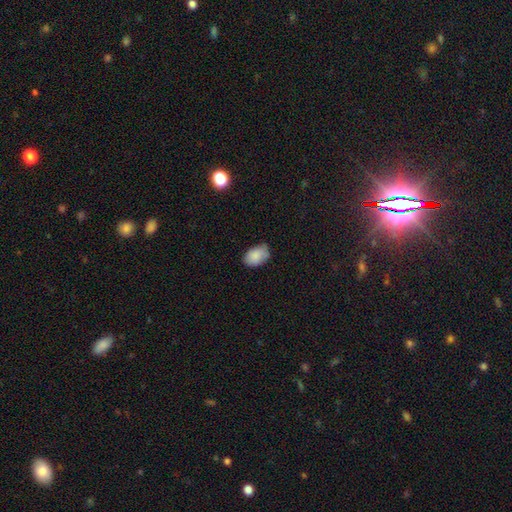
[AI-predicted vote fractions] Smooth or featured: smooth — 87% (star or artifact — 7%)
How rounded: in between — 87% (round — 12%)
Merging: none — 68% (minor disturbance — 26%)